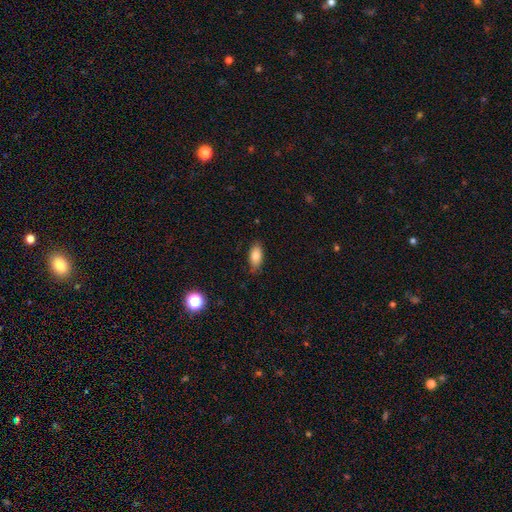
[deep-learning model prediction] Smooth or featured? Predicted: smooth (p=0.84). How rounded? Predicted: in between (p=0.89). Merging? Predicted: none (p=0.80).